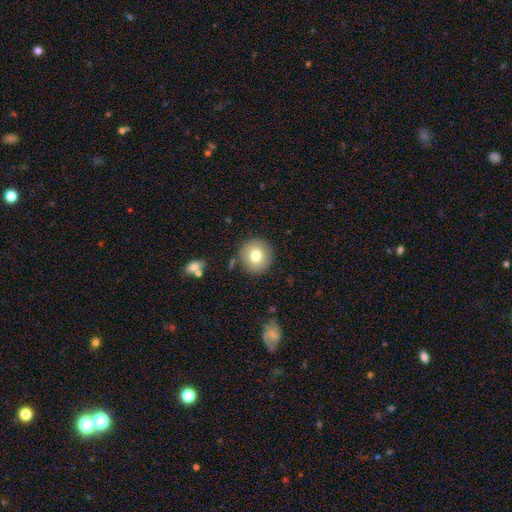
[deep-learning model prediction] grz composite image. It shows a smooth galaxy with no disk features (76%) that is round (93%). Merging: none (87%).